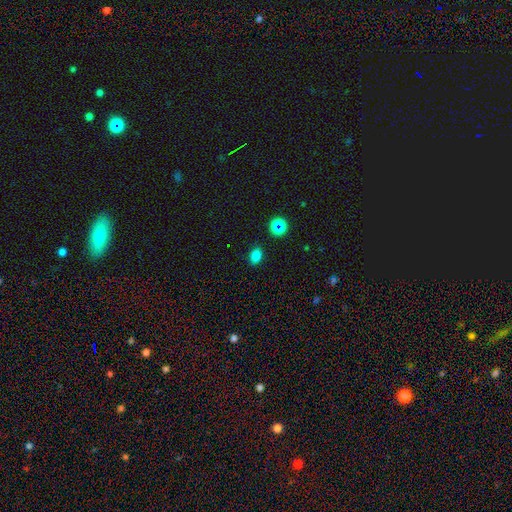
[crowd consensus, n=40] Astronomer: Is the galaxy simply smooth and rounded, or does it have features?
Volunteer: smooth — 80%.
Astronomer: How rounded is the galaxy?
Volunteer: in between — 84%.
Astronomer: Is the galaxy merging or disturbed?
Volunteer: none — 81%.